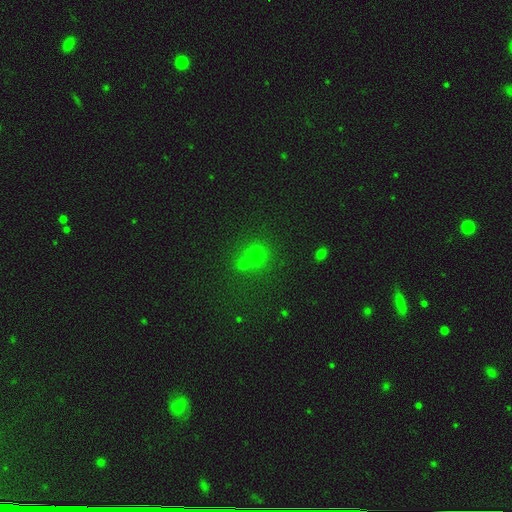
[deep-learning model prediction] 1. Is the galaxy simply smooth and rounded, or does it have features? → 68% smooth, 23% star or artifact, 9% featured or disk.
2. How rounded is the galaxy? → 88% round, 11% in between, 1% cigar-shaped.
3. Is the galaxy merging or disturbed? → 56% none, 34% merger, 7% minor disturbance, 3% major disturbance.